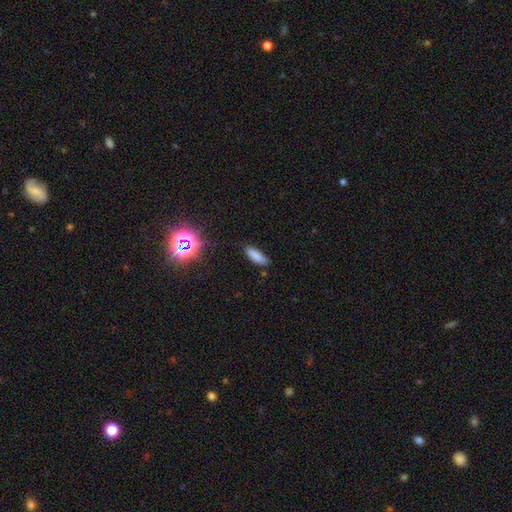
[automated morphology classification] smooth-or-featured: smooth: 79% | star or artifact: 14% | featured or disk: 7%
  how-rounded: in between: 56% | cigar-shaped: 42% | round: 2%
  merging: none: 79% | minor disturbance: 16% | major disturbance: 3% | merger: 2%